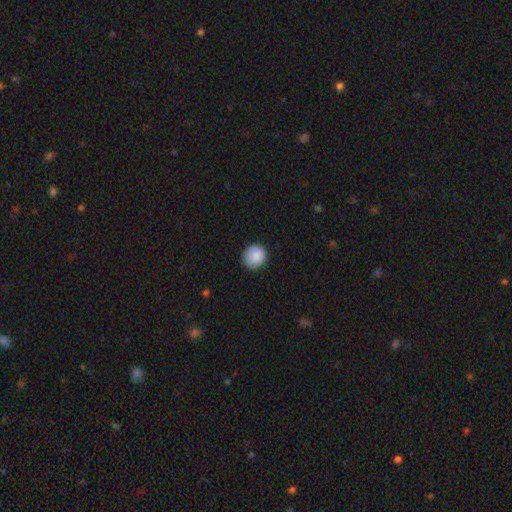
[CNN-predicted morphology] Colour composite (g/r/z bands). It shows a smooth galaxy with no disk features (88%) that is round (85%). Merging: none (85%).